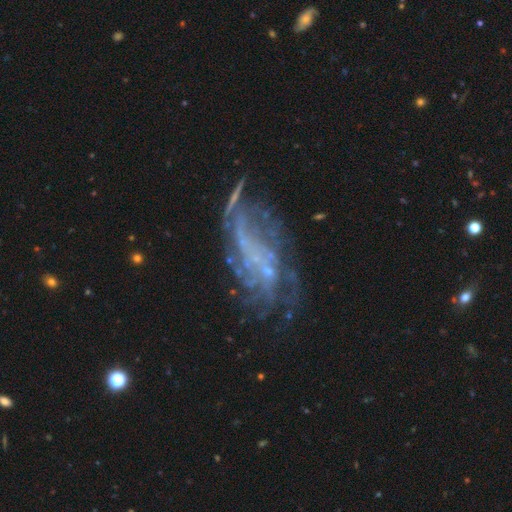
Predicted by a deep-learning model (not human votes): Overall: featured or disk (75%). Edge-on disk: no (95%). Bar: no (69%). Spiral arms: yes (72%). Spiral arm count: can't tell (42%; 2 16%). Spiral winding: loose (48%; medium 30%). Bulge size: none (55%; small 37%). Merging: none (49%; major disturbance 28%).